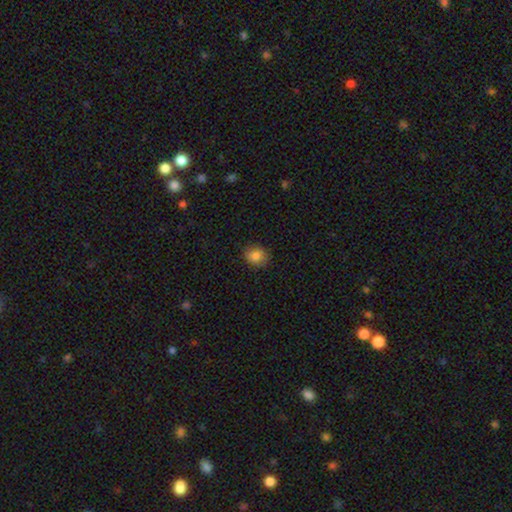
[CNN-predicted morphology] Smooth or featured?
  - smooth: 84% *
  - star or artifact: 9%
  - featured or disk: 7%
How rounded?
  - round: 67% *
  - in between: 32%
  - cigar-shaped: 1%
Merging?
  - none: 83% *
  - minor disturbance: 13%
  - major disturbance: 3%
  - merger: 1%